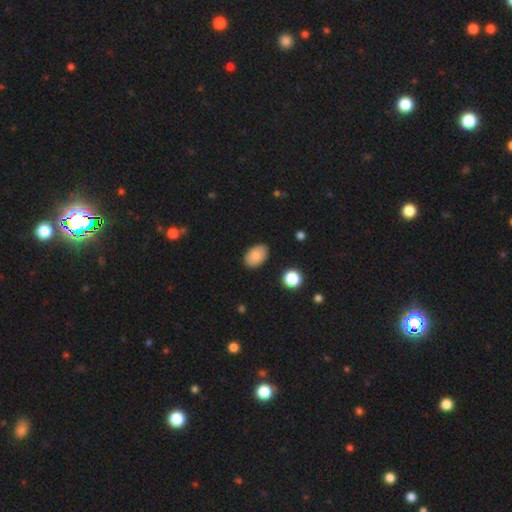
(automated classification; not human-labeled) Overall: smooth (85%). How rounded: in between (88%). Merging: none (86%).